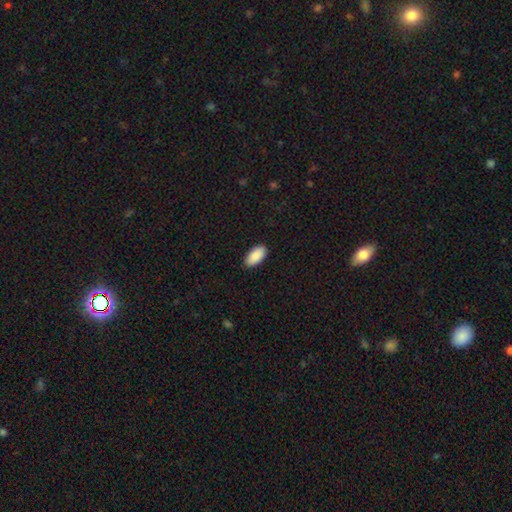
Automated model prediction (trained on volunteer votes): A smooth galaxy with no disk features (91%) that is in between round and cigar-shaped (95%). Merging: none (90%).